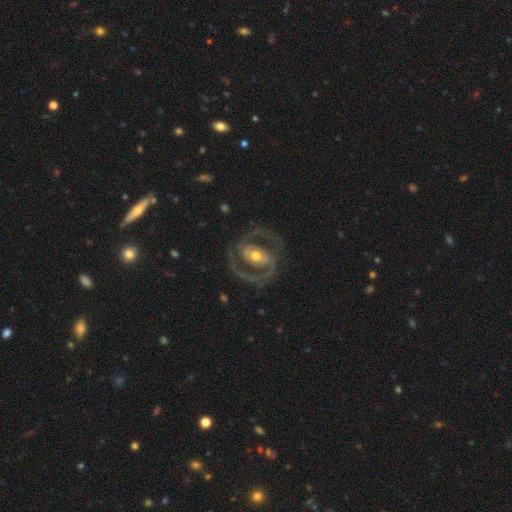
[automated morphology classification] Smooth or featured?
  - featured or disk: 88% *
  - smooth: 7%
  - star or artifact: 4%
Edge-on disk?
  - no: 97% *
  - yes: 3%
Bar?
  - no: 38% *
  - weak: 32%
  - strong: 30%
Spiral arms?
  - yes: 91% *
  - no: 9%
Spiral winding?
  - medium: 52% *
  - tight: 36%
  - loose: 12%
Spiral arm count?
  - 2: 90% *
  - can't tell: 4%
  - 1: 3%
  - 3: 2%
  - 4: 1%
  - more than 4: 1%
Bulge size?
  - moderate: 66% *
  - small: 24%
  - large: 8%
  - dominant: 1%
  - none: 1%
Merging?
  - none: 79% *
  - minor disturbance: 11%
  - major disturbance: 9%
  - merger: 1%